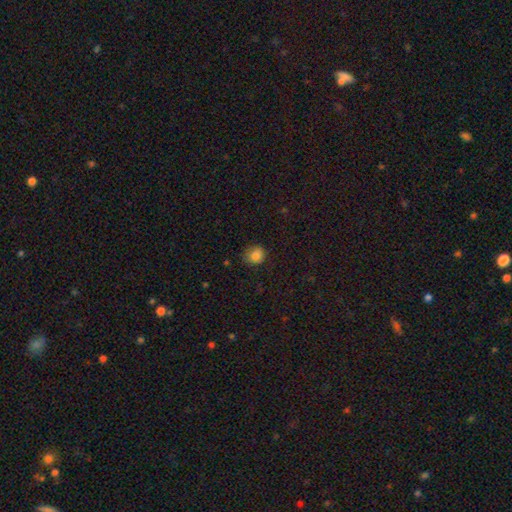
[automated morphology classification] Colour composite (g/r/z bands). It shows a smooth galaxy with no disk features (84%) that is round (79%). Merging: none (73%).